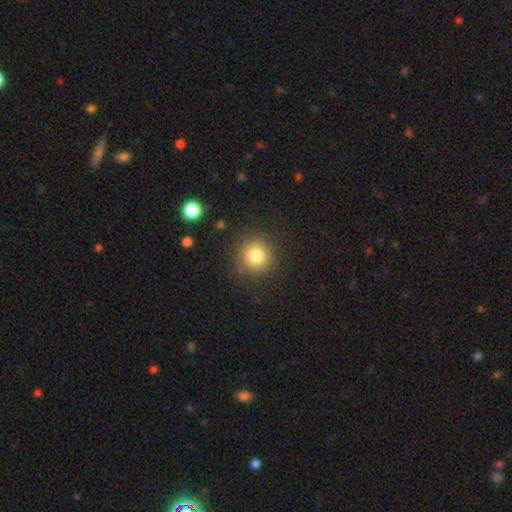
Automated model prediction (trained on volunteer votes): A smooth galaxy with no disk features (81%) that is round (92%). Merging: none (85%).